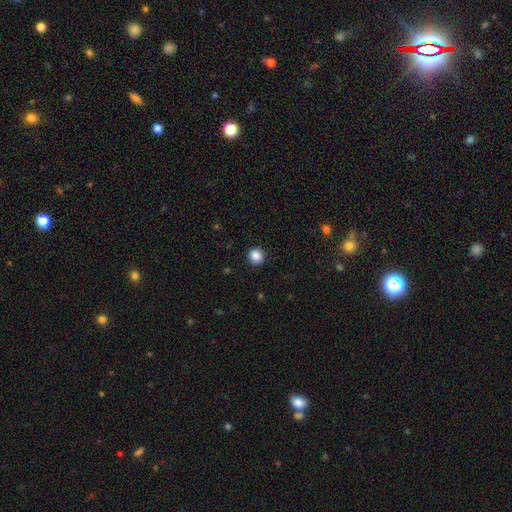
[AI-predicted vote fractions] Smooth or featured? smooth (87%)
How rounded? round (89%)
Merging? none (92%)